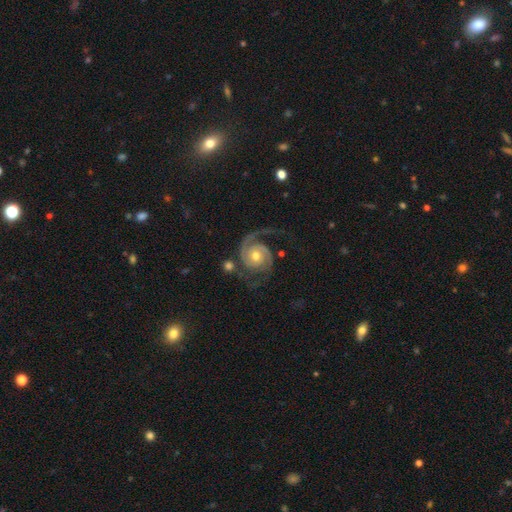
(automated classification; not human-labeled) This appears to be a featured or disk galaxy (92%) with no bar (73%), 2 (84%) medium (44%) spiral arms (98%) and a moderate central bulge (68%). Merging: none (66%).